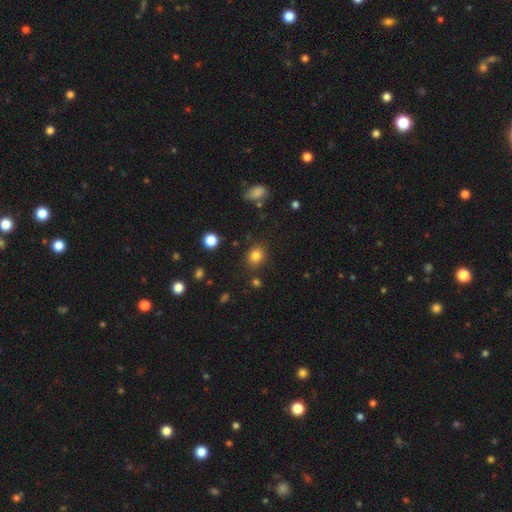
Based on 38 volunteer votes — Q: Smooth or featured?
A: smooth (95%); runner-up: featured or disk (3%)
Q: How rounded?
A: round (64%); runner-up: in between (36%)
Q: Merging?
A: none (84%); runner-up: minor disturbance (14%)